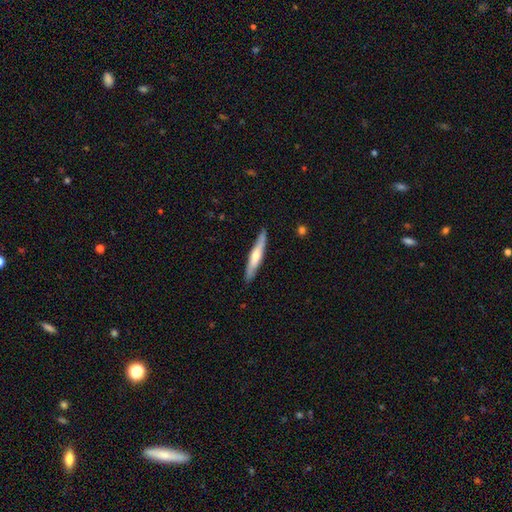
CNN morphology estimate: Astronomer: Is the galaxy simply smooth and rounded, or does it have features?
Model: featured or disk — 50% (runner-up: smooth, 45%).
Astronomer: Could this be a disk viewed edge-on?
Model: yes — 92%.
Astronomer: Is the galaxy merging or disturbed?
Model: none — 88%.